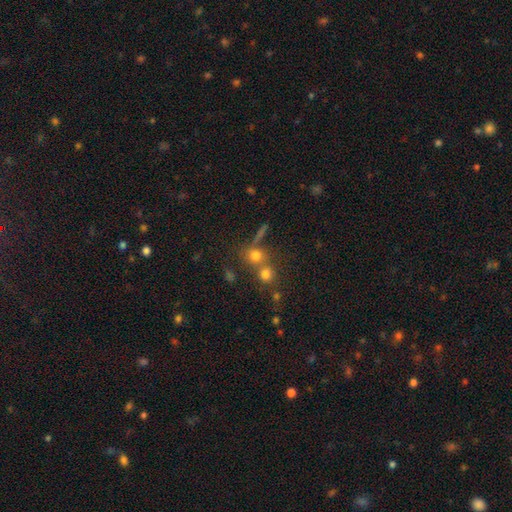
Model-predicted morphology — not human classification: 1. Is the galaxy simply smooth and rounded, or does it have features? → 69% smooth, 18% star or artifact, 13% featured or disk.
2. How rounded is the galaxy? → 83% round, 15% in between, 2% cigar-shaped.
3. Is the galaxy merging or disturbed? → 54% none, 33% merger, 8% minor disturbance, 5% major disturbance.